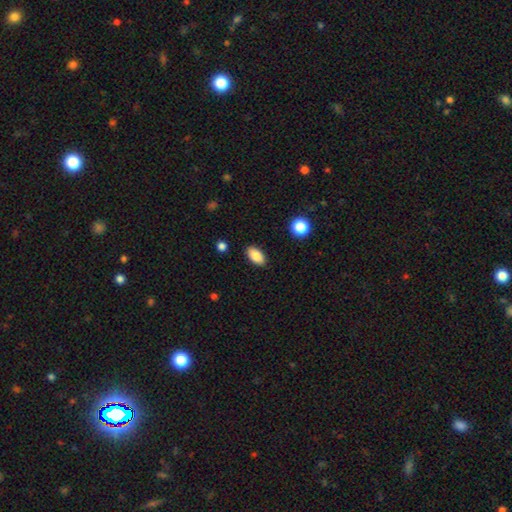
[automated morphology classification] smooth 85%, star or artifact 8%, featured or disk 7%. Down the decision tree: how rounded — in between (92%); merging — none (89%).